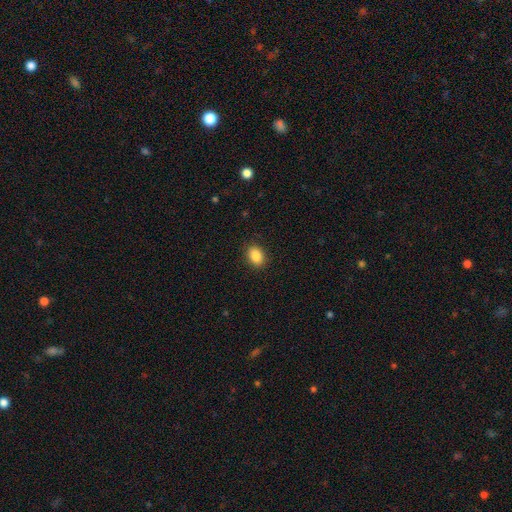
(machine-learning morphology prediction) type=smooth (88%); roundness=in between (75%); merging=none (89%).